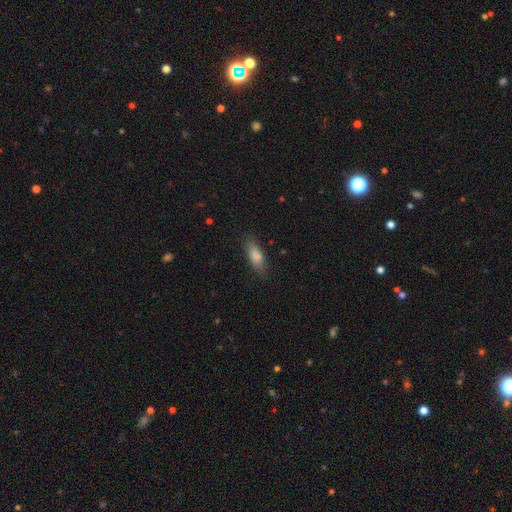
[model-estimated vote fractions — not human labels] The model was most divided on "how rounded": in between: 67%, cigar-shaped: 30%, round: 2%. More confident: smooth or featured — smooth (83%); merging — none (81%).